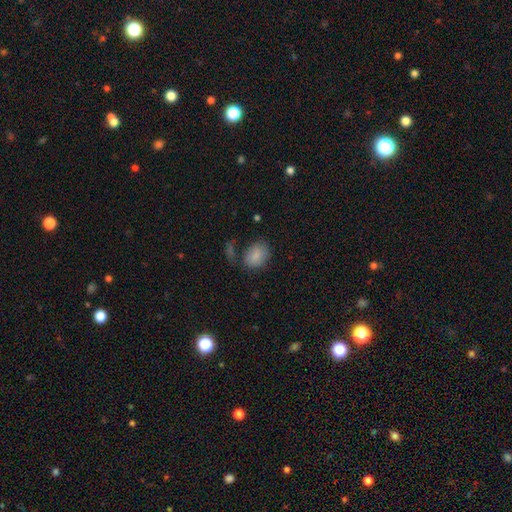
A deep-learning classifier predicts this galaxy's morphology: Smooth or featured: smooth — 84% (star or artifact — 8%)
How rounded: in between — 63% (round — 35%)
Merging: none — 64% (minor disturbance — 20%)